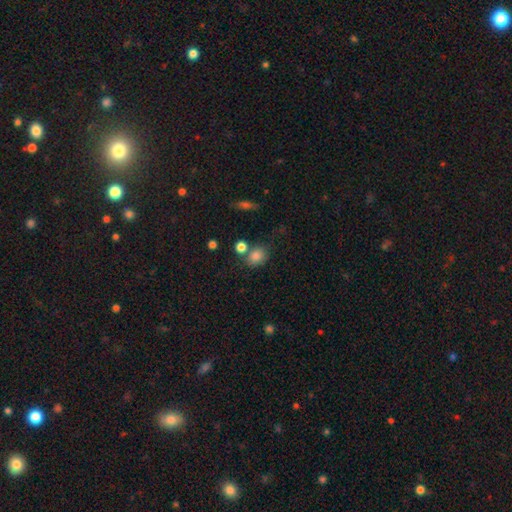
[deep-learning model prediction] Q: Smooth or featured?
A: smooth (82%); runner-up: star or artifact (11%)
Q: How rounded?
A: in between (49%); tied with: round (49%)
Q: Merging?
A: none (59%); runner-up: merger (20%)